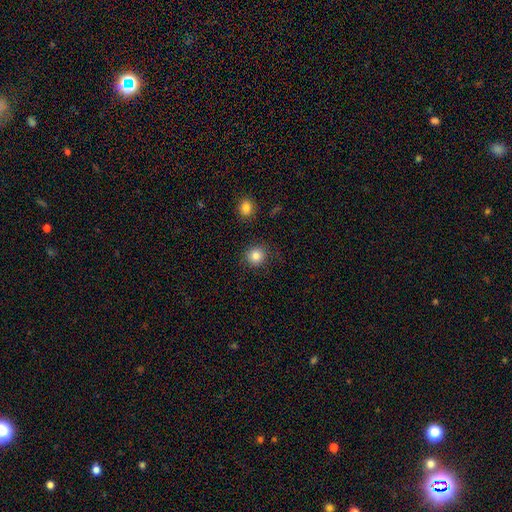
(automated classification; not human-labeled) Q: Smooth or featured?
A: smooth (84%); runner-up: star or artifact (10%)
Q: How rounded?
A: round (91%); runner-up: in between (8%)
Q: Merging?
A: none (88%); runner-up: minor disturbance (8%)